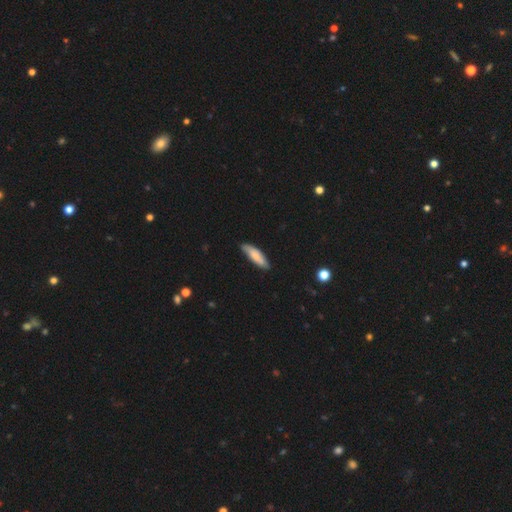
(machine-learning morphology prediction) This is likely a smooth galaxy (68%). How rounded: possibly cigar-shaped (55%). Merging: clearly none (81%).